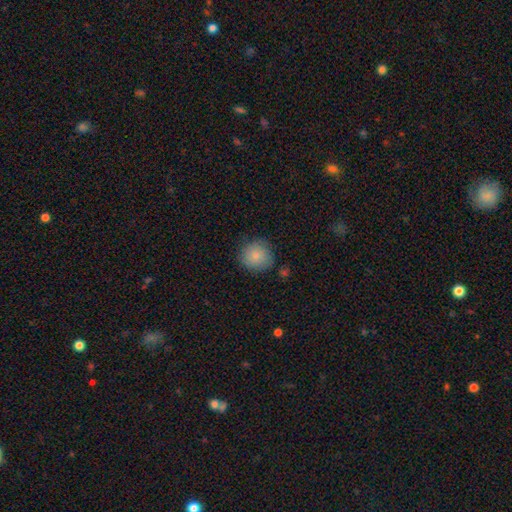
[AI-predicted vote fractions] smooth 85%, star or artifact 7%, featured or disk 7%. Down the decision tree: how rounded — round (91%); merging — none (81%).